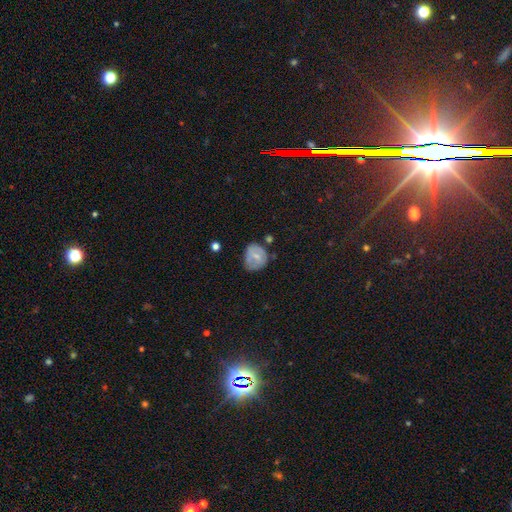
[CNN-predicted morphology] The model was most divided on "merging": none: 50%, minor disturbance: 33%, major disturbance: 12%, merger: 5%. More confident: how rounded — round (67%); smooth or featured — smooth (56%).